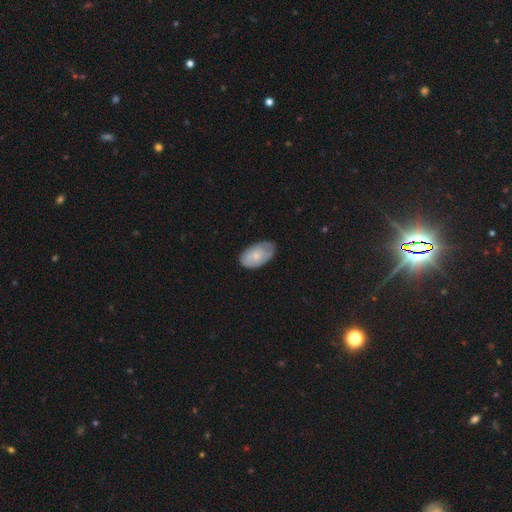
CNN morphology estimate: This is likely a smooth galaxy (69%). How rounded: clearly in between (94%). Merging: likely none (72%).